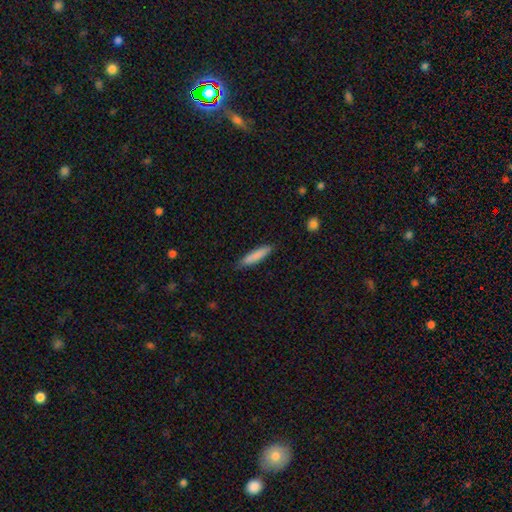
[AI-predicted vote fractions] Smooth or featured? smooth (83%)
How rounded? cigar-shaped (85%)
Merging? none (86%)